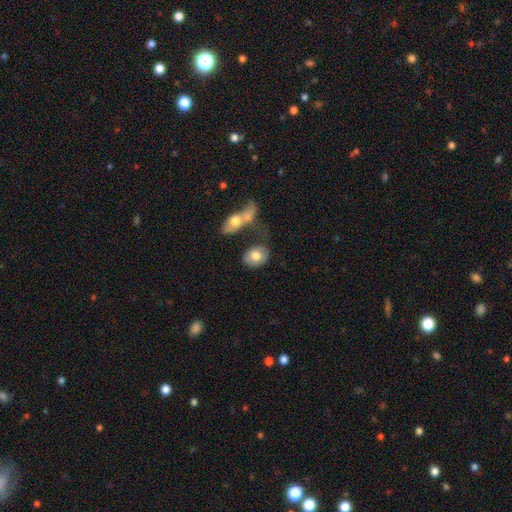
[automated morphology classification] A smooth galaxy with no disk features (67%) that is in between round and cigar-shaped (63%). Merging: none (59%).